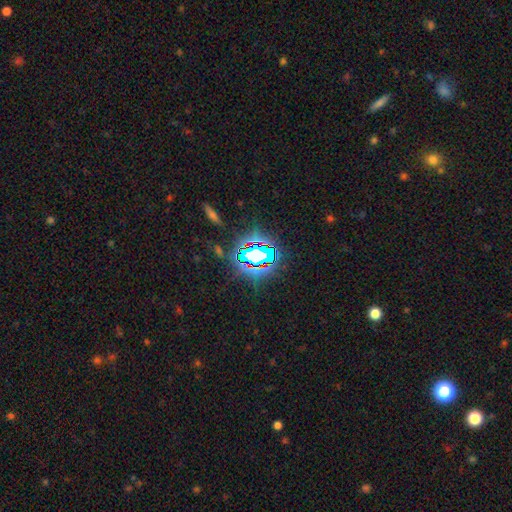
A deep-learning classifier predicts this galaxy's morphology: smooth-or-featured: star or artifact: 74% | smooth: 14% | featured or disk: 11%